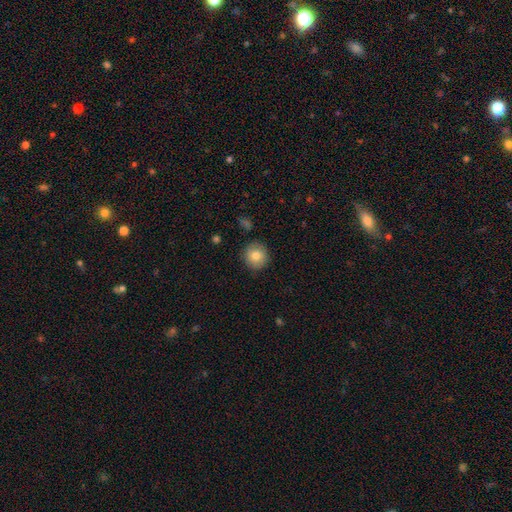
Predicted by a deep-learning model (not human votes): A smooth galaxy with no disk features (81%) that is round (92%).

Vote fractions:
- Smooth or featured? smooth: 81% / featured or disk: 10% / star or artifact: 9%
- How rounded? round: 92% / in between: 7% / cigar-shaped: 1%
- Merging? none: 89% / minor disturbance: 8% / major disturbance: 2% / merger: 1%